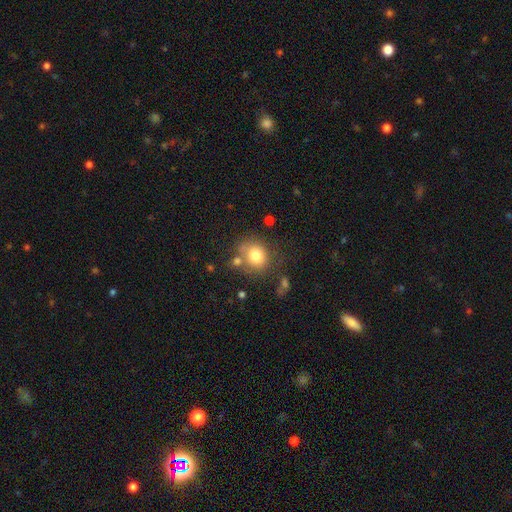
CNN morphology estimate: Smooth or featured? smooth (78%)
How rounded? round (76%)
Merging? none (65%)